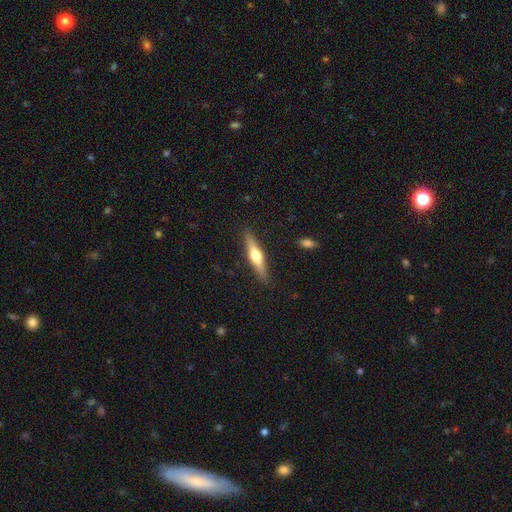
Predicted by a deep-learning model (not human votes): Smooth or featured?
  - featured or disk: 54% *
  - smooth: 41%
  - star or artifact: 6%
Edge-on disk?
  - yes: 95% *
  - no: 5%
Edge-on bulge?
  - rounded: 91% *
  - boxy: 4%
  - none: 4%
Merging?
  - none: 88% *
  - minor disturbance: 9%
  - major disturbance: 2%
  - merger: 1%